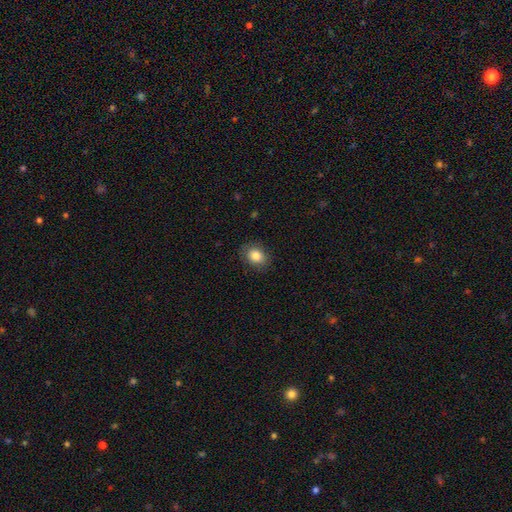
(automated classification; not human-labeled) A smooth galaxy with no disk features (84%) that is in between round and cigar-shaped (55%).

Vote fractions:
- Smooth or featured? smooth: 84% / star or artifact: 9% / featured or disk: 7%
- How rounded? in between: 55% / round: 44% / cigar-shaped: 1%
- Merging? none: 83% / minor disturbance: 12% / major disturbance: 3% / merger: 1%